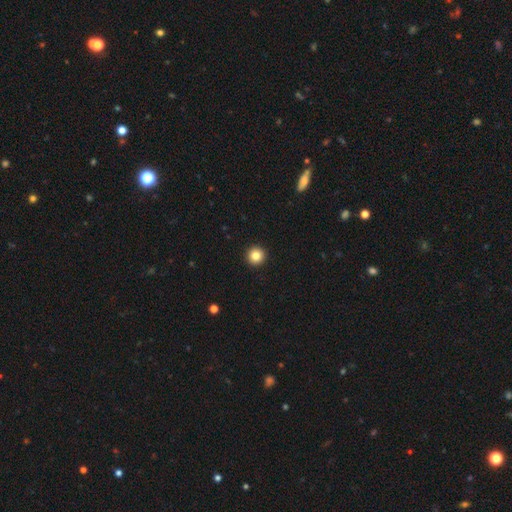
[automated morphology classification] smooth 83%, star or artifact 11%, featured or disk 6%. Down the decision tree: how rounded — round (96%); merging — none (94%).